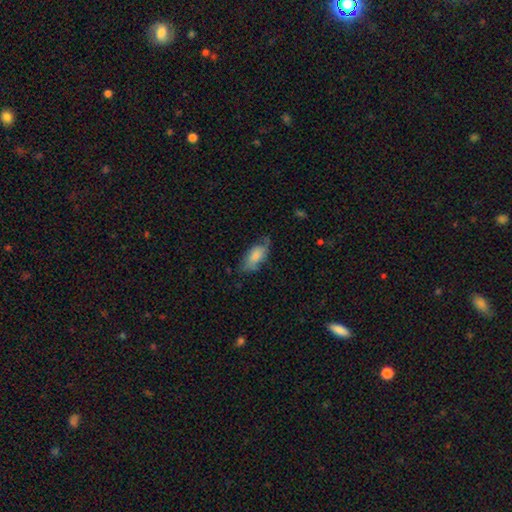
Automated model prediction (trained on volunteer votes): smooth_or_featured: smooth (p=0.72) [alt: featured or disk p=0.21]
how_rounded: in between (p=0.88) [alt: cigar-shaped p=0.09]
merging: none (p=0.55) [alt: minor disturbance p=0.32]